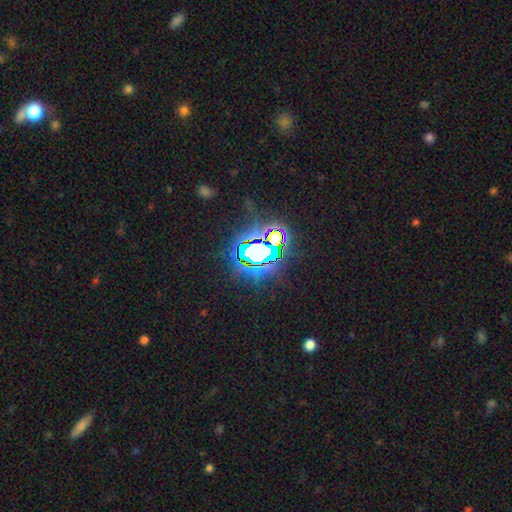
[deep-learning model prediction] Smooth or featured? Predicted: star or artifact (p=0.77).